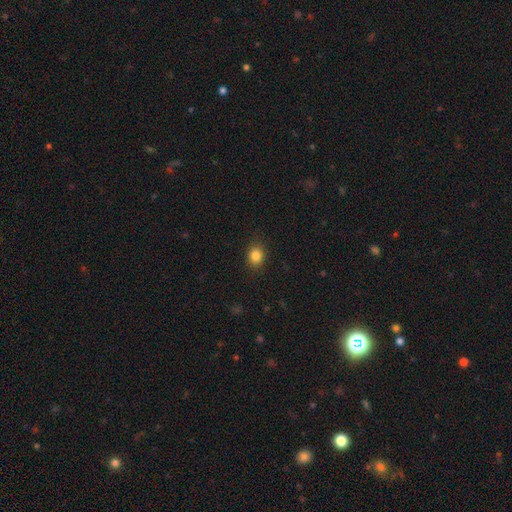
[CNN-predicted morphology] Q: Smooth or featured?
A: smooth (84%); runner-up: star or artifact (11%)
Q: How rounded?
A: round (62%); runner-up: in between (37%)
Q: Merging?
A: none (88%); runner-up: minor disturbance (8%)